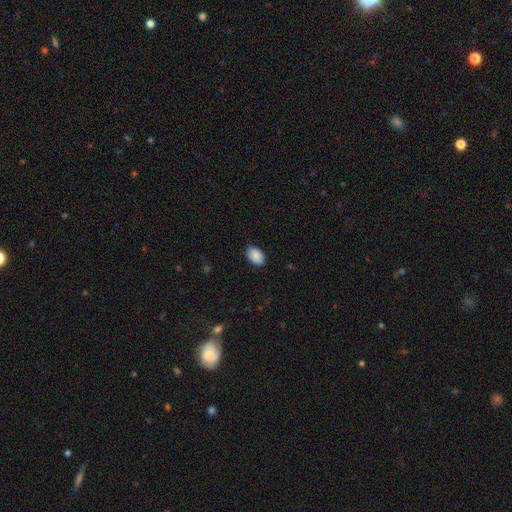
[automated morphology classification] This is clearly a smooth galaxy (89%). How rounded: clearly in between (88%). Merging: clearly none (80%).